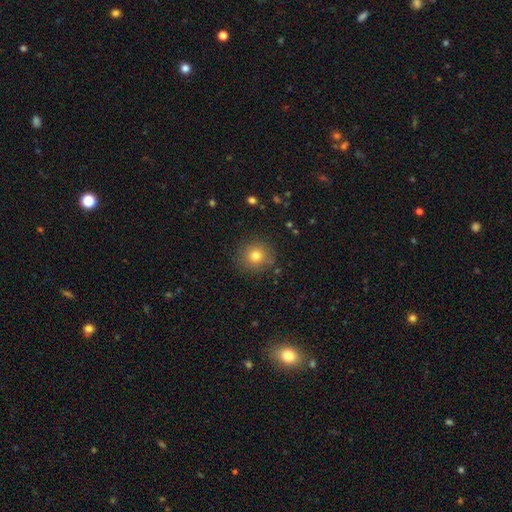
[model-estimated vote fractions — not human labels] Morphology: type=smooth (79%); roundness=round (91%); merging=none (87%).